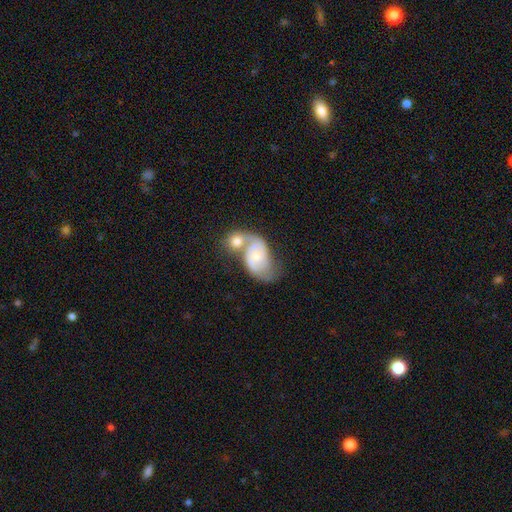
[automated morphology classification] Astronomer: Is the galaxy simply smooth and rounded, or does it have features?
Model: featured or disk — 68%.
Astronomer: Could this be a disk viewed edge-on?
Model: no — 97%.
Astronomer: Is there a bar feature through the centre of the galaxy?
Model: no — 68%.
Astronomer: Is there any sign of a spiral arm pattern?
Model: yes — 87%.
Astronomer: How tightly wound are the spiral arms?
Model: medium — 44% (runner-up: loose, 36%).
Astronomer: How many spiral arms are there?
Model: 2 — 82%.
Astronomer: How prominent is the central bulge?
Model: small — 55% (runner-up: moderate, 35%).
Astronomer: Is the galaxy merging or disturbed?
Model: merger — 62%.